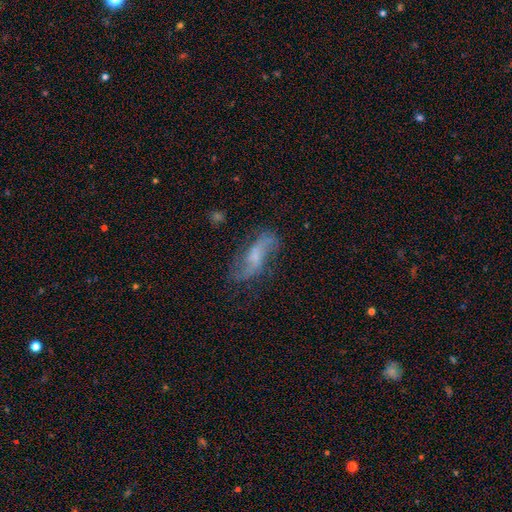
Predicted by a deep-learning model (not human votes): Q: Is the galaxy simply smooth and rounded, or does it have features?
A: featured or disk — 73%.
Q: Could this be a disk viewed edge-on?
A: no — 91%.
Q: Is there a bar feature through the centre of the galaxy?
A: no — 48%.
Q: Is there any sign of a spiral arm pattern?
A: yes — 91%.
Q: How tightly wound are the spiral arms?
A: loose — 75%.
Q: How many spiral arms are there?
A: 2 — 88%.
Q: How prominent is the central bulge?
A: small — 46%.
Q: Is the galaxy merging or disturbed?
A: none — 65%.